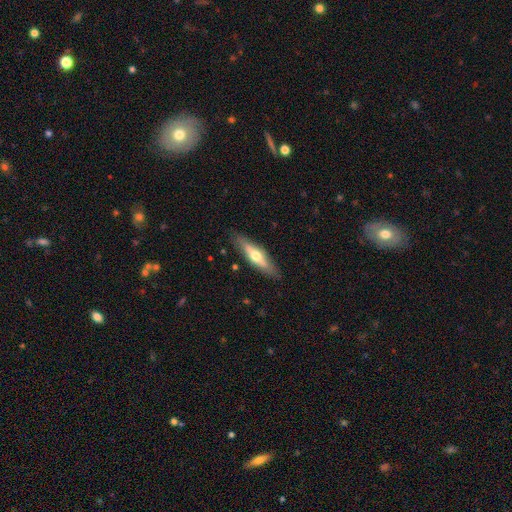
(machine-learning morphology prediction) smooth-or-featured: featured or disk: 48% | smooth: 46% | star or artifact: 5%
  merging: none: 85% | minor disturbance: 12% | major disturbance: 3% | merger: 1%